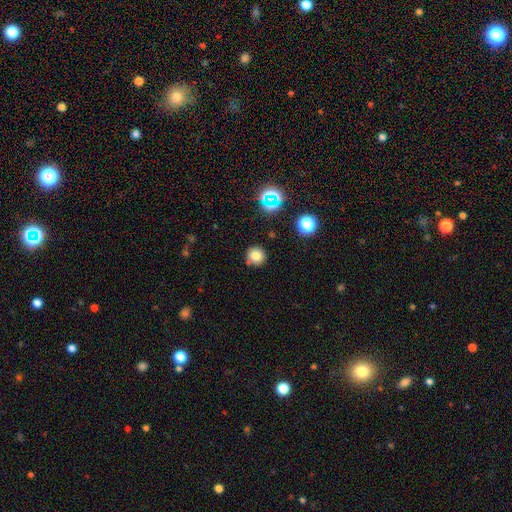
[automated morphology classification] Smooth or featured? smooth (76%)
How rounded? round (93%)
Merging? none (84%)